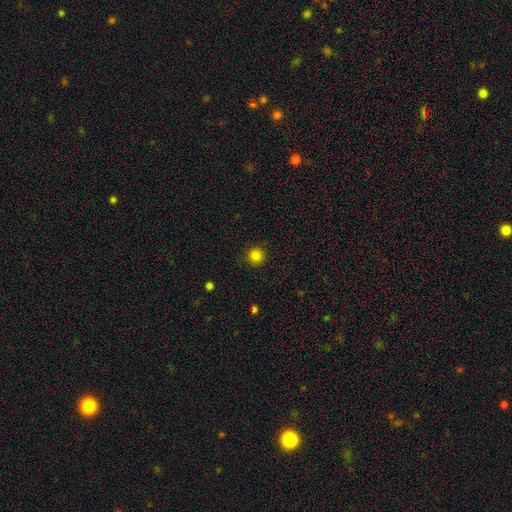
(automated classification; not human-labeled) smooth 84%, star or artifact 12%, featured or disk 3%. Down the decision tree: how rounded — round (95%); merging — none (91%).